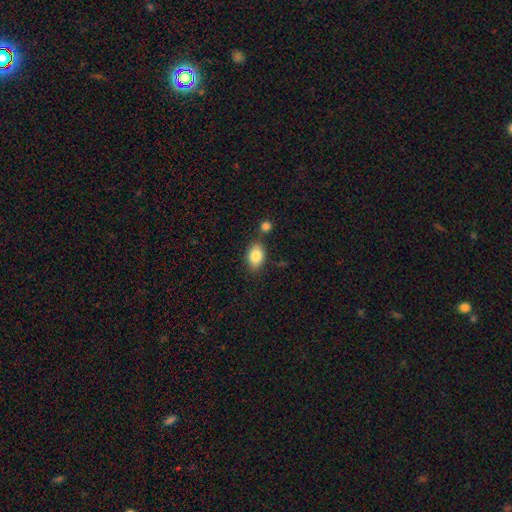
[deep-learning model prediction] A smooth galaxy with no disk features (84%) that is in between round and cigar-shaped (84%). Merging: none (72%).